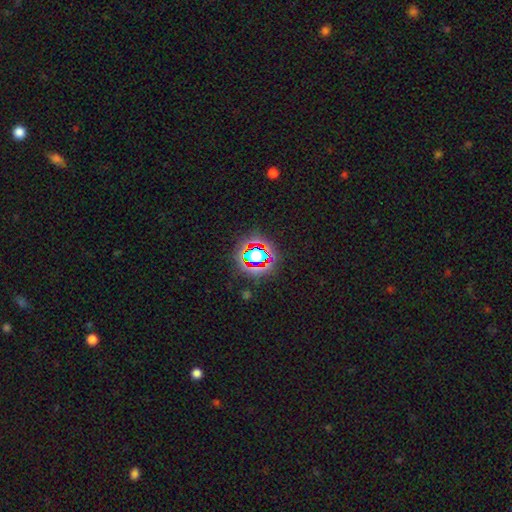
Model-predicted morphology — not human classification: Q: Smooth or featured?
A: star or artifact (63%); runner-up: smooth (24%)